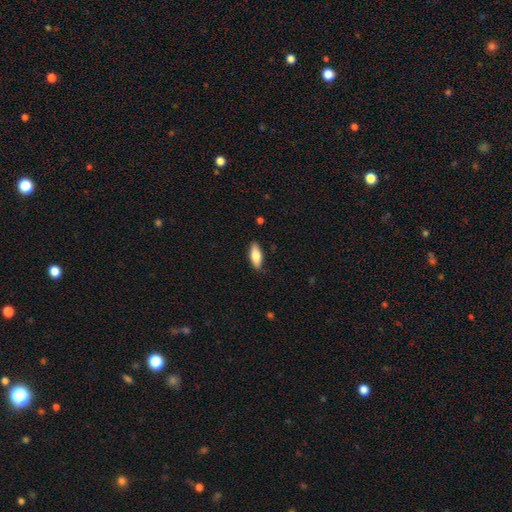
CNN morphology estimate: A smooth galaxy with no disk features (77%) that is in between round and cigar-shaped (73%). Merging: none (86%).